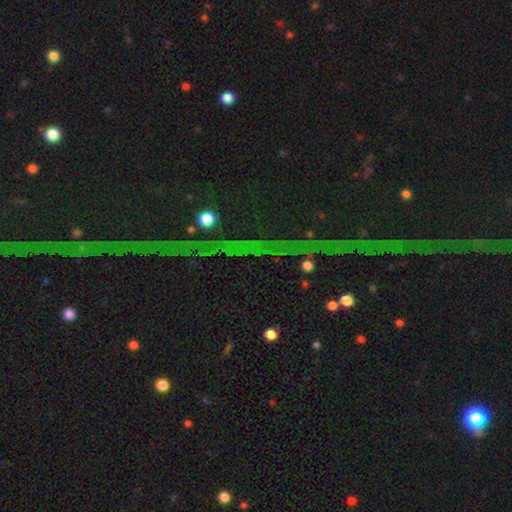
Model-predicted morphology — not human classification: Q: Smooth or featured?
A: star or artifact (79%); runner-up: featured or disk (12%)